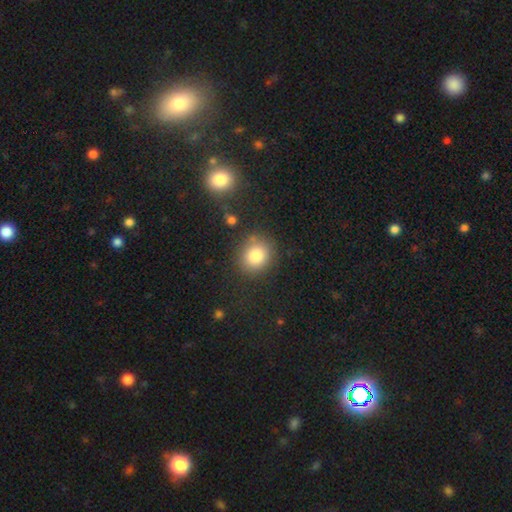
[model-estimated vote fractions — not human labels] Morphology: type=smooth (82%); roundness=round (75%); merging=none (82%).